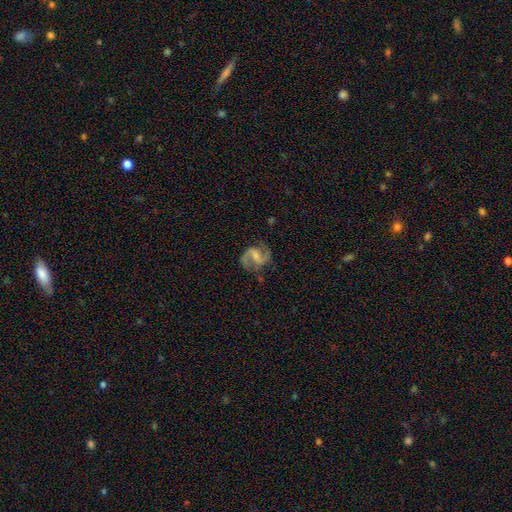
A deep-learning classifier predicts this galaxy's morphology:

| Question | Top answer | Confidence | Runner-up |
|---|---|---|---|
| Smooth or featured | featured or disk | 89% | star or artifact (6%) |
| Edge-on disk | no | 98% | yes (2%) |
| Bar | weak | 51% | no (25%) |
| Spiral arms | yes | 97% | no (3%) |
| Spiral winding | medium | 58% | loose (26%) |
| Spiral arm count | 2 | 93% | can't tell (2%) |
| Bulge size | small | 46% | moderate (32%) |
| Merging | none | 78% | minor disturbance (14%) |